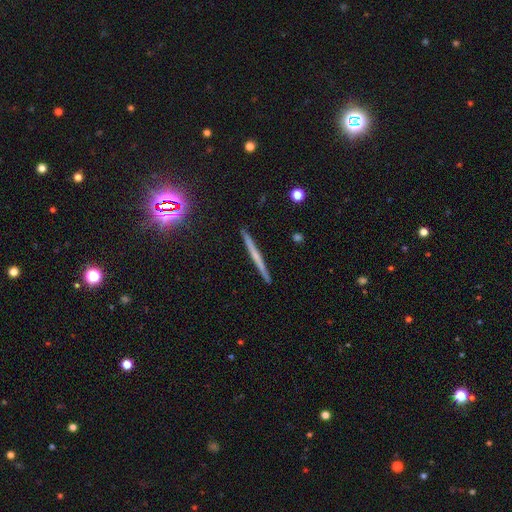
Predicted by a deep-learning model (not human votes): A featured or disk galaxy (52%) viewed edge-on (97%) with no central bulge (72%). Merging: none (92%).